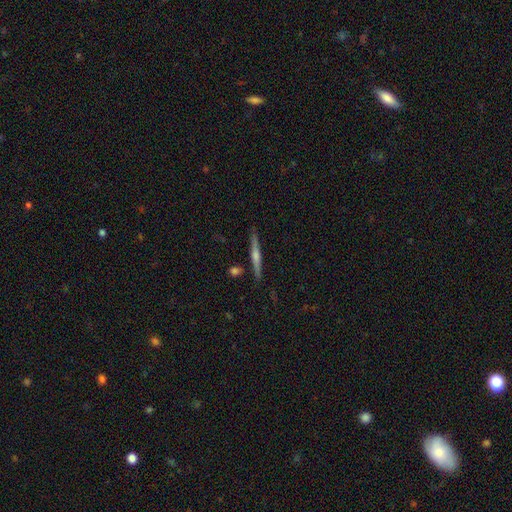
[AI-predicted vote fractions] Q: Smooth or featured?
A: featured or disk (72%); runner-up: smooth (22%)
Q: Edge-on disk?
A: yes (98%); runner-up: no (2%)
Q: Edge-on bulge?
A: rounded (75%); runner-up: none (15%)
Q: Merging?
A: none (90%); runner-up: minor disturbance (7%)